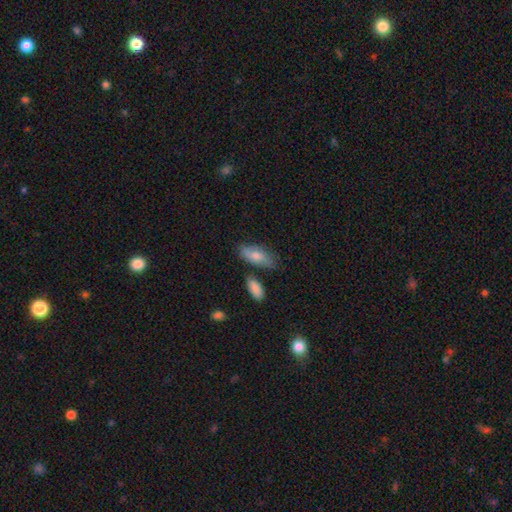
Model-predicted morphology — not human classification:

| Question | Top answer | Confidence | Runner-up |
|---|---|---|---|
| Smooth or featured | smooth | 70% | featured or disk (23%) |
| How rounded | in between | 82% | cigar-shaped (15%) |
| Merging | none | 69% | minor disturbance (20%) |